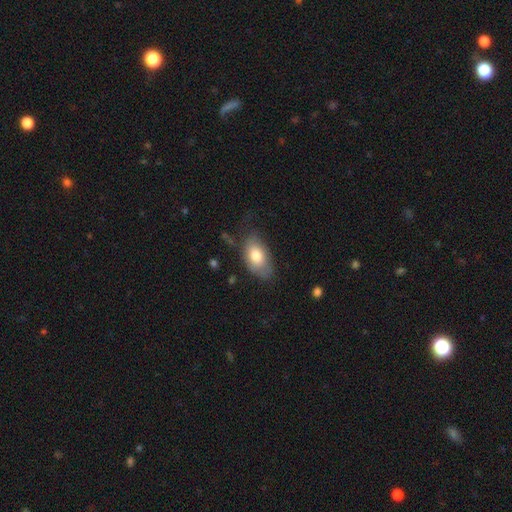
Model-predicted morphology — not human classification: A smooth galaxy with no disk features (76%) that is in between round and cigar-shaped (93%). Merging: none (60%).